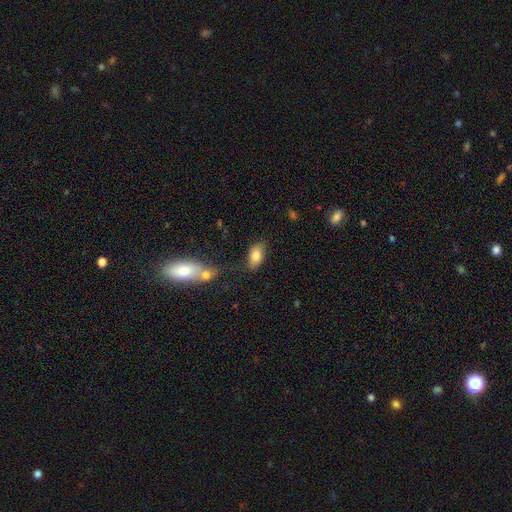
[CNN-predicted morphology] This is clearly a smooth galaxy (82%). How rounded: clearly in between (91%). Merging: likely none (71%).